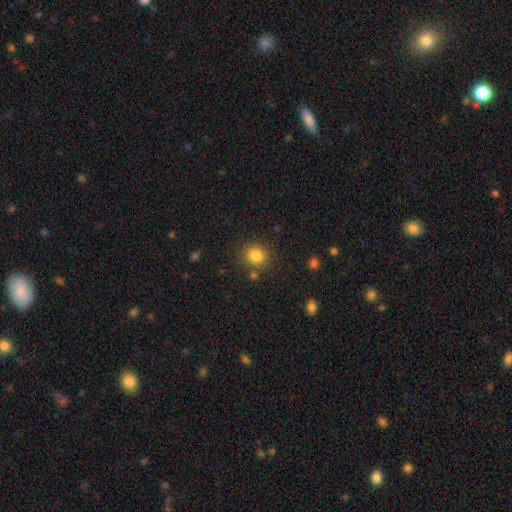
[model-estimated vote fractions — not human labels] smooth_or_featured: smooth (p=0.84) [alt: star or artifact p=0.11]
how_rounded: round (p=0.86) [alt: in between p=0.13]
merging: none (p=0.82) [alt: minor disturbance p=0.09]